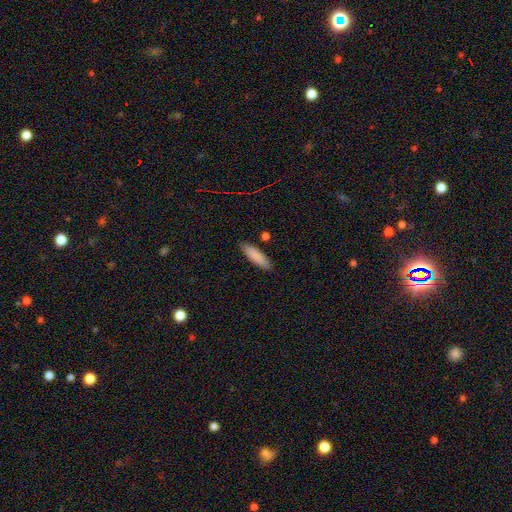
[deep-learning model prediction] smooth 87%, featured or disk 7%, star or artifact 6%. Down the decision tree: how rounded — cigar-shaped (60%); merging — none (87%).